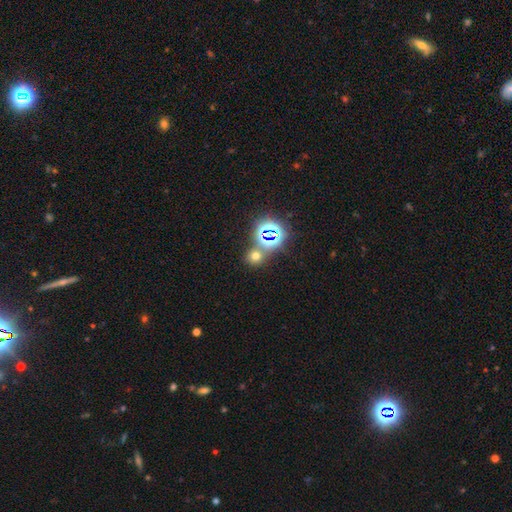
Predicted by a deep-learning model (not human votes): smooth_or_featured: smooth (p=0.58) [alt: star or artifact p=0.35]
how_rounded: round (p=0.81) [alt: in between p=0.18]
merging: none (p=0.69) [alt: merger p=0.19]